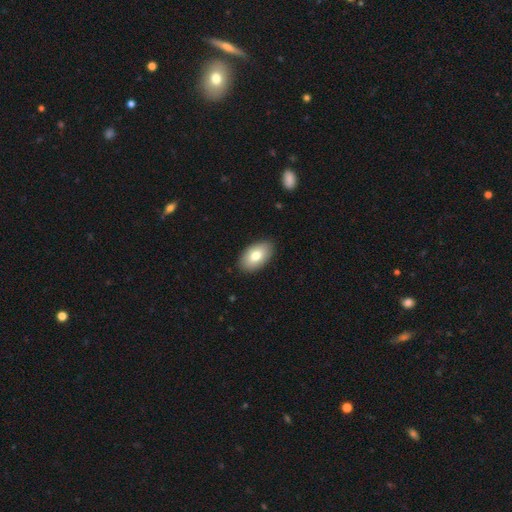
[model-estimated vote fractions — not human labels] Overall: smooth (77%). How rounded: in between (94%). Merging: none (88%).